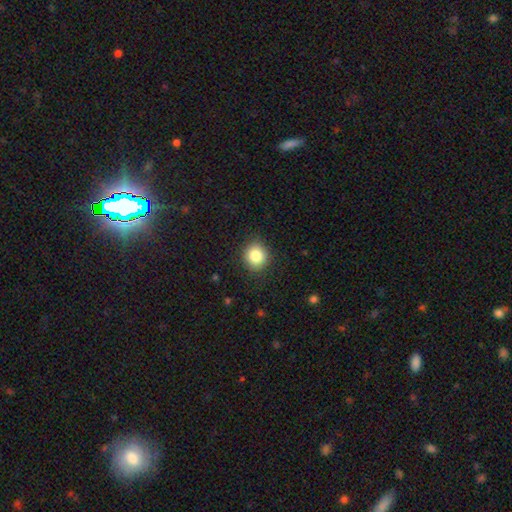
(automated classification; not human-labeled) Smooth or featured?
  - smooth: 84% *
  - star or artifact: 10%
  - featured or disk: 6%
How rounded?
  - round: 84% *
  - in between: 15%
  - cigar-shaped: 1%
Merging?
  - none: 88% *
  - minor disturbance: 9%
  - major disturbance: 2%
  - merger: 1%